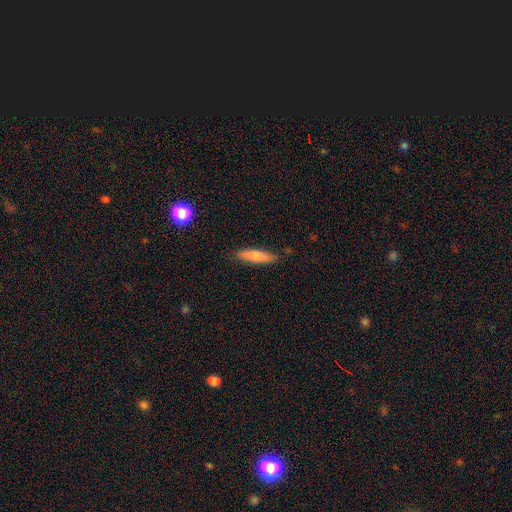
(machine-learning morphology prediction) This appears to be a smooth galaxy with no disk features (74%) that is cigar-shaped (75%). Merging: none (85%).